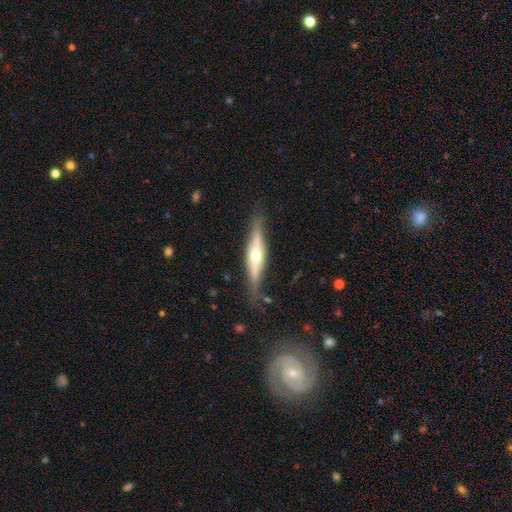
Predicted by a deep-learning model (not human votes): This is likely a featured or disk galaxy (67%). It is clearly viewed edge-on (93%). Edge-on bulge: clearly rounded (87%). Merging: clearly none (82%).